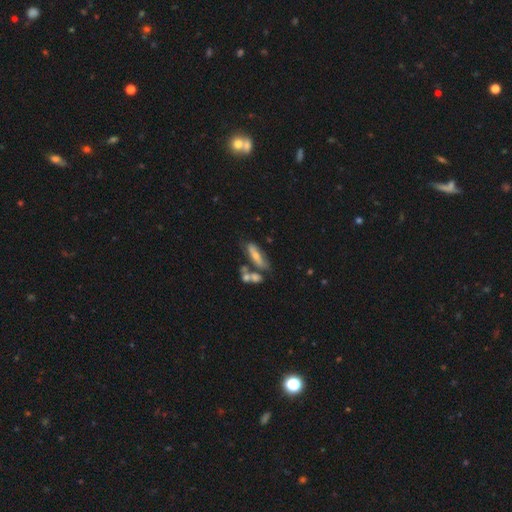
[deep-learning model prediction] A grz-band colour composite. It shows a smooth galaxy with no disk features (45%). Merging: none (46%).